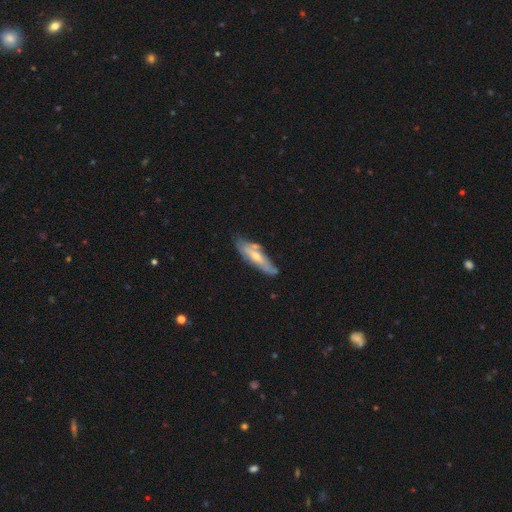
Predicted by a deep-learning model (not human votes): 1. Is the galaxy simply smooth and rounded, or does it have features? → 61% featured or disk, 32% smooth, 7% star or artifact.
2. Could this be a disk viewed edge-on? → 50% no (tied), 50% yes (tied).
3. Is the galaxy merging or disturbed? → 67% none, 22% minor disturbance, 6% major disturbance, 5% merger.